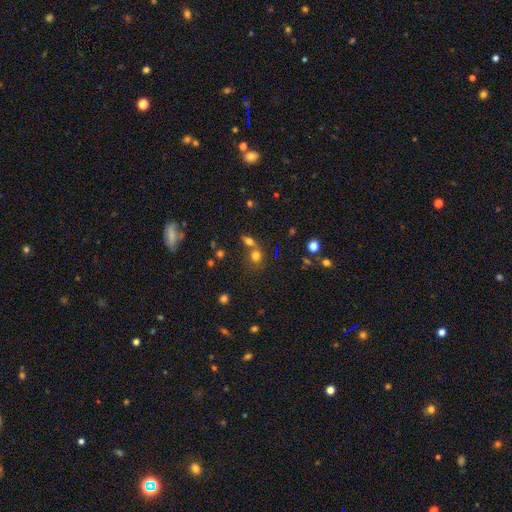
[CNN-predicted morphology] smooth-or-featured: smooth: 72% | star or artifact: 17% | featured or disk: 10%
  how-rounded: round: 67% | in between: 32% | cigar-shaped: 2%
  merging: merger: 44% | none: 43% | minor disturbance: 8% | major disturbance: 5%